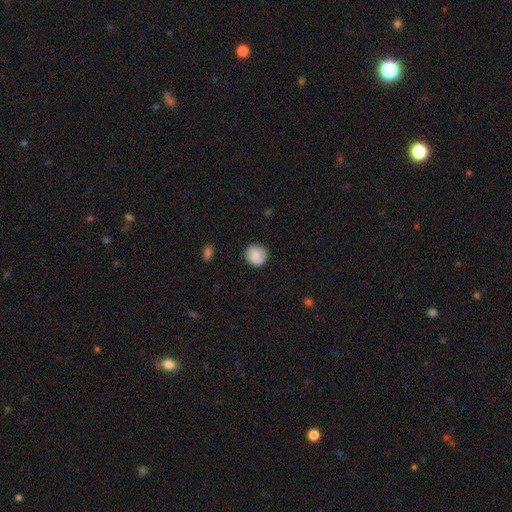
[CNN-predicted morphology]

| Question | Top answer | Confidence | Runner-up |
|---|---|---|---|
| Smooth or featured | smooth | 86% | star or artifact (8%) |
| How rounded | round | 91% | in between (8%) |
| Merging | none | 85% | minor disturbance (11%) |